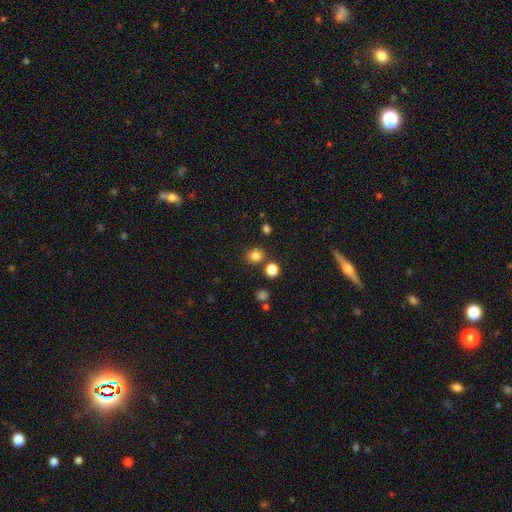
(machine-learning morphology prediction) Smooth or featured?
  - smooth: 81% *
  - star or artifact: 14%
  - featured or disk: 4%
How rounded?
  - round: 83% *
  - in between: 16%
  - cigar-shaped: 1%
Merging?
  - none: 82% *
  - minor disturbance: 8%
  - merger: 7%
  - major disturbance: 3%